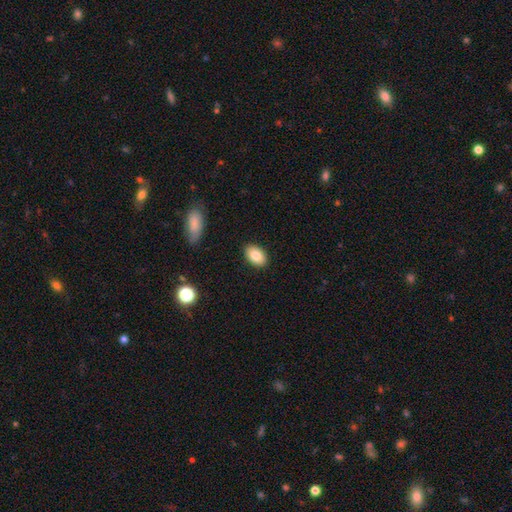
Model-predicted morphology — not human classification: Smooth or featured? smooth (84%)
How rounded? in between (89%)
Merging? none (89%)